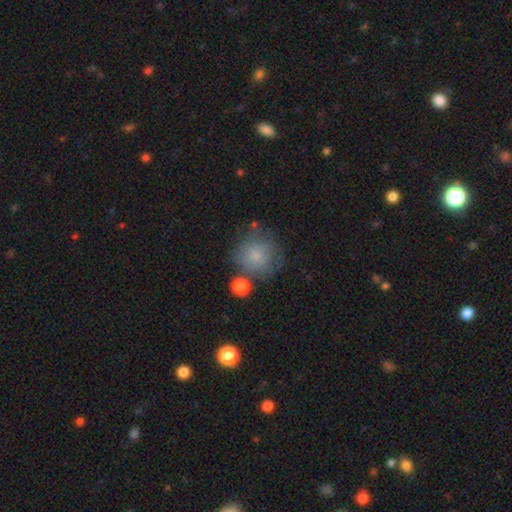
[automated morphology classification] Overall: smooth (77%). How rounded: round (91%). Merging: none (63%).